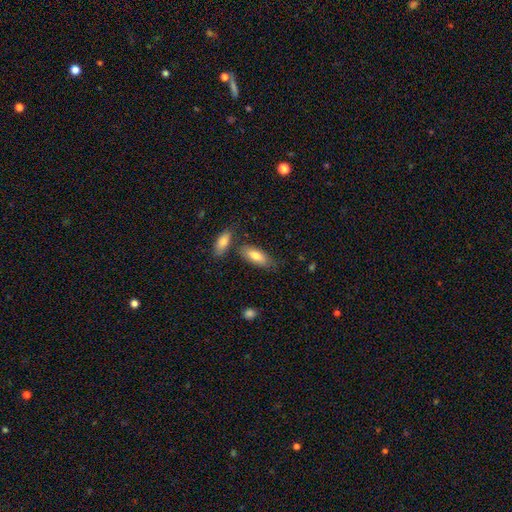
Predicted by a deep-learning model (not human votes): This is likely a smooth galaxy (78%). How rounded: likely in between (79%). Merging: likely none (69%).